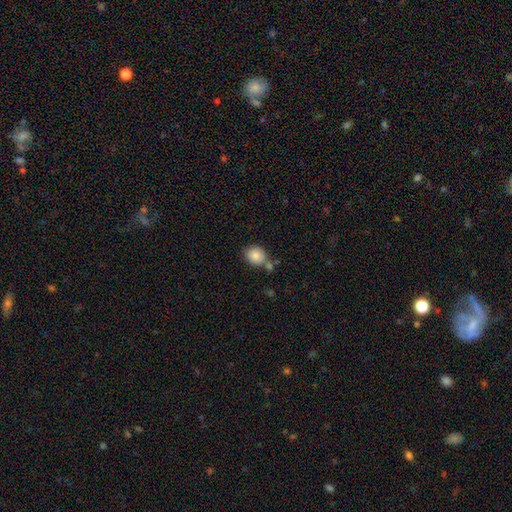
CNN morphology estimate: Smooth or featured: smooth — 86% (star or artifact — 8%)
How rounded: round — 75% (in between — 25%)
Merging: none — 68% (merger — 16%)